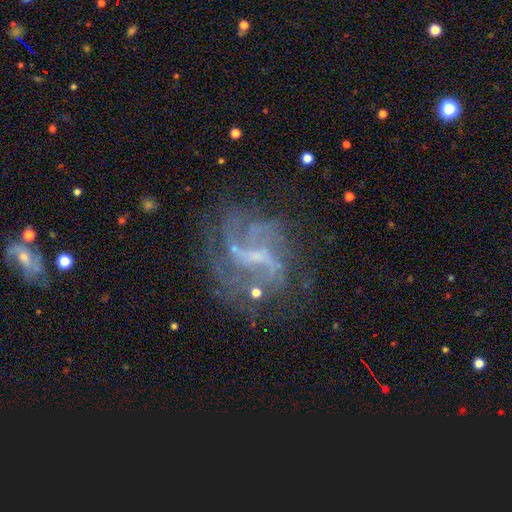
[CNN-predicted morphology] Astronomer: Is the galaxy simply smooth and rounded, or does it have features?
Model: featured or disk — 81%.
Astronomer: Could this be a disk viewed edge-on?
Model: no — 97%.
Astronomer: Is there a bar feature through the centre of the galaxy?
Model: weak — 49% (runner-up: strong, 27%).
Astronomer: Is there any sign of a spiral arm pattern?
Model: yes — 85%.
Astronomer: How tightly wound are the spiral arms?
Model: loose — 48% (runner-up: medium, 37%).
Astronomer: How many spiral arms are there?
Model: can't tell — 29% (runner-up: 2, 27%).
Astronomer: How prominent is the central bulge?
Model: none — 43% (runner-up: small, 40%).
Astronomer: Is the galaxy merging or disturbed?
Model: none — 53%.